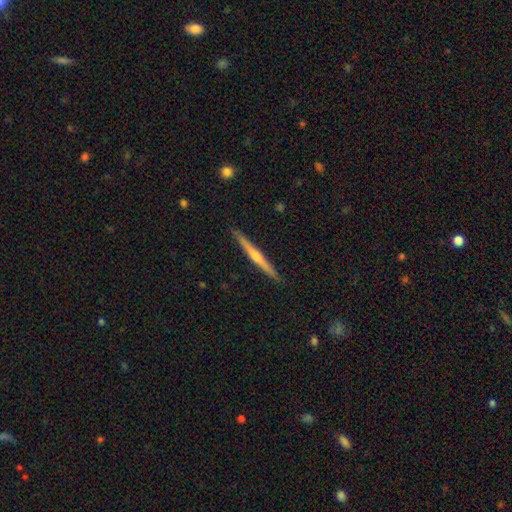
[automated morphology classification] Q: Smooth or featured?
A: featured or disk (73%); runner-up: smooth (21%)
Q: Edge-on disk?
A: yes (98%); runner-up: no (2%)
Q: Edge-on bulge?
A: rounded (78%); runner-up: none (17%)
Q: Merging?
A: none (92%); runner-up: minor disturbance (6%)